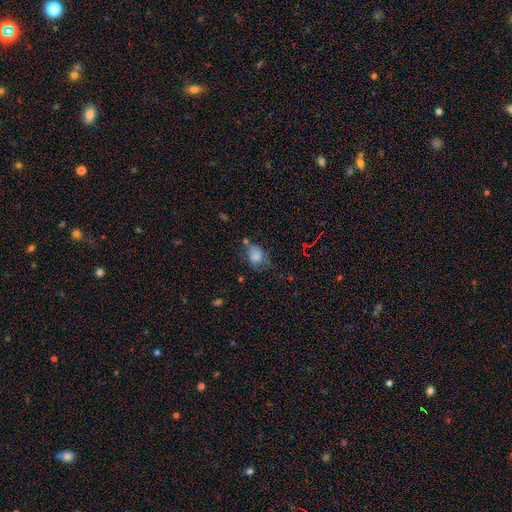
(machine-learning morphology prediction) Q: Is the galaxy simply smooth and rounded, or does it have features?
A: smooth — 72%.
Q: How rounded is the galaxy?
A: in between — 69%.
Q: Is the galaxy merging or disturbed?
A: none — 40%.